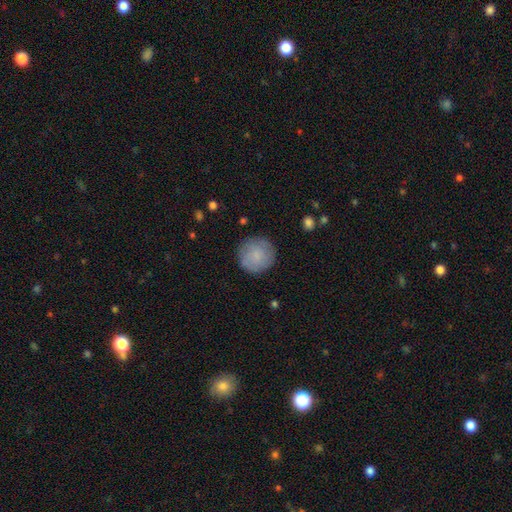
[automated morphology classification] type=smooth (81%); roundness=round (94%); merging=none (85%).